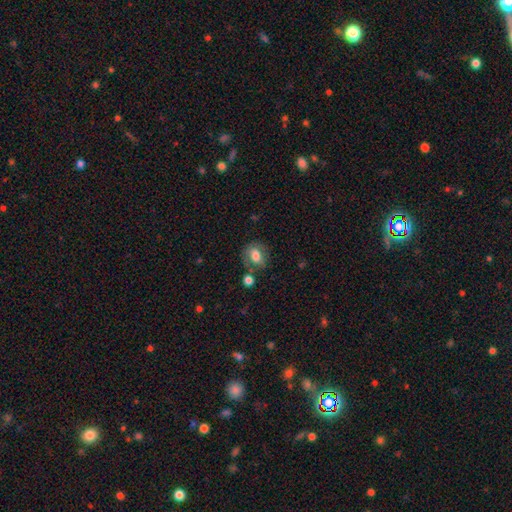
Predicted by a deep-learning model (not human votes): Smooth or featured: smooth — 69% (featured or disk — 22%)
How rounded: in between — 52% (round — 46%)
Merging: none — 62% (minor disturbance — 19%)